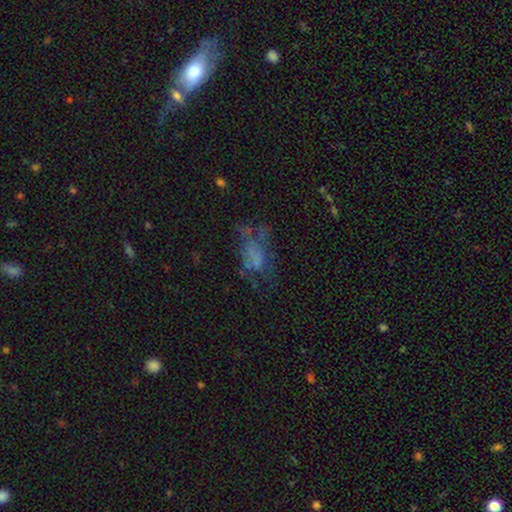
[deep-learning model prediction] Smooth or featured? Predicted: smooth (p=0.40). Merging? Predicted: major disturbance (p=0.36).